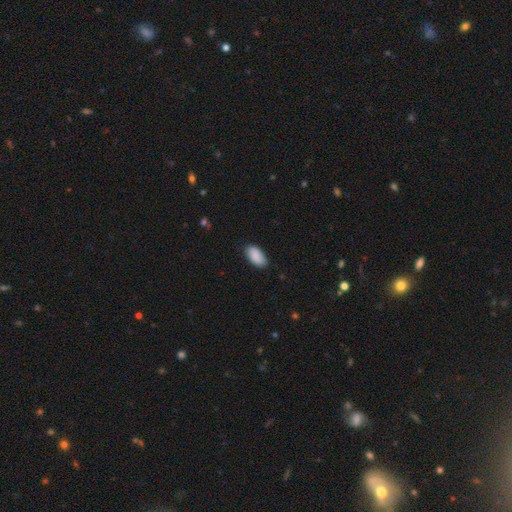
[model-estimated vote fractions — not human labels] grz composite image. It shows a smooth galaxy with no disk features (89%) that is in between round and cigar-shaped (95%). Merging: none (82%).